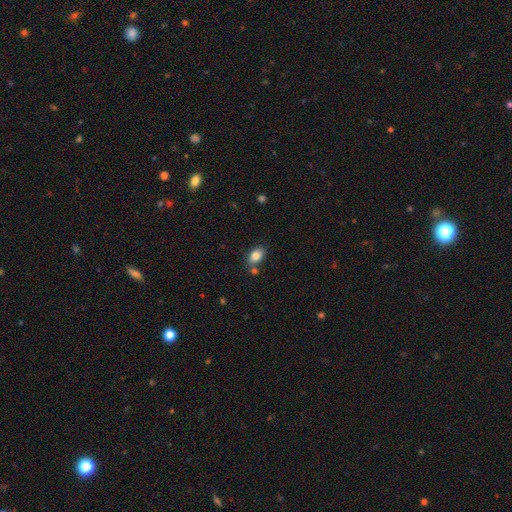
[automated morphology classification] The model was most divided on "merging": none: 72%, minor disturbance: 13%, merger: 11%, major disturbance: 3%. More confident: how rounded — in between (85%); smooth or featured — smooth (84%).